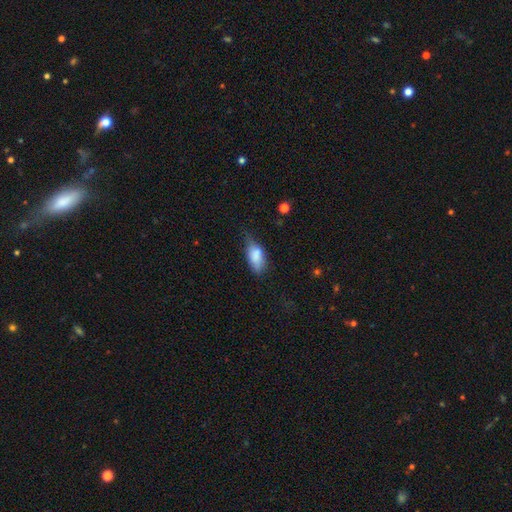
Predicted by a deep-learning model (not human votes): smooth-or-featured: smooth: 80% | featured or disk: 12% | star or artifact: 8%
  how-rounded: in between: 88% | cigar-shaped: 8% | round: 4%
  merging: minor disturbance: 44% | none: 38% | major disturbance: 16% | merger: 3%